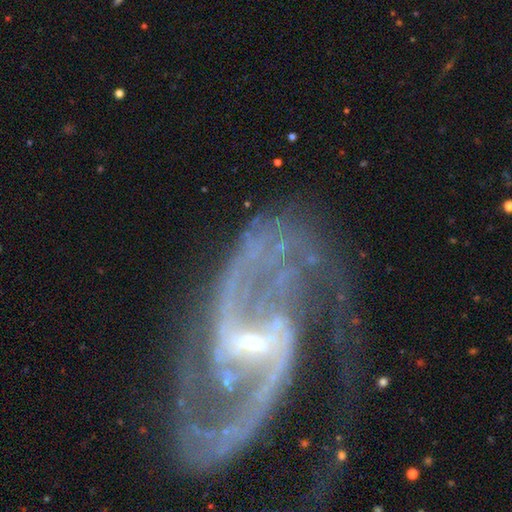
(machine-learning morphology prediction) Smooth or featured? featured or disk (92%)
Edge-on disk? no (98%)
Bar? weak (44%)
Spiral arms? yes (97%)
Spiral winding? loose (50%)
Spiral arm count? 2 (88%)
Bulge size? small (71%)
Merging? none (56%)